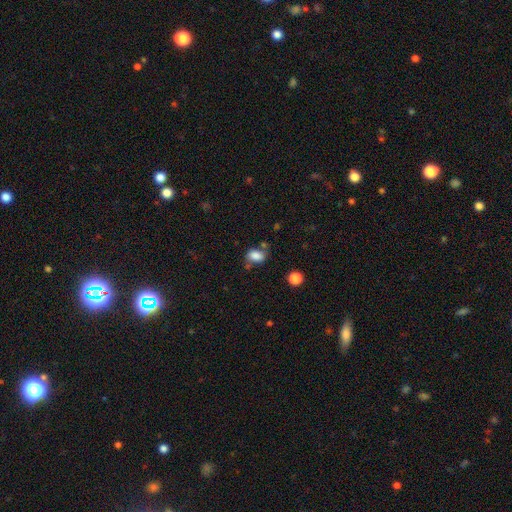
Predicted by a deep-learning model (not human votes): The model was most divided on "merging": none: 59%, minor disturbance: 22%, merger: 11%, major disturbance: 8%. More confident: smooth or featured — smooth (81%); how rounded — in between (78%).